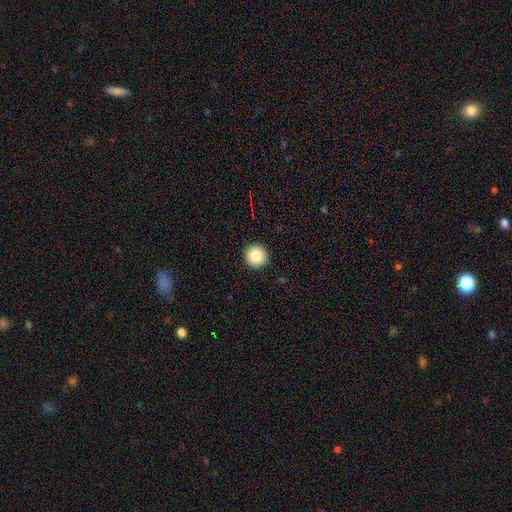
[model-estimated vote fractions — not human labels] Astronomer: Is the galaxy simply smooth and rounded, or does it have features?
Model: smooth — 85%.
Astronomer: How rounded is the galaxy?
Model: round — 96%.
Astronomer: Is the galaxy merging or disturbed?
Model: none — 93%.